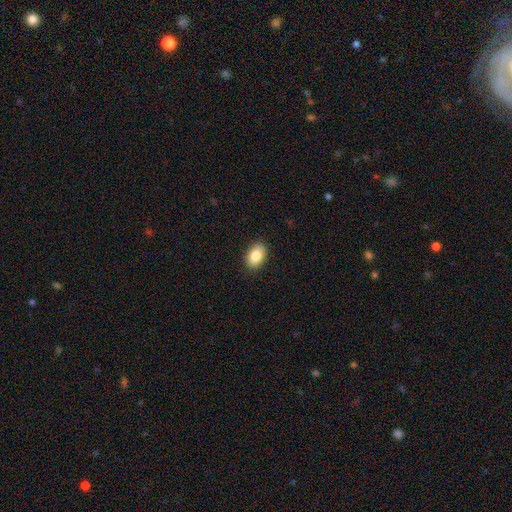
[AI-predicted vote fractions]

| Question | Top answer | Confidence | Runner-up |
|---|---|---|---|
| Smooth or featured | smooth | 86% | star or artifact (7%) |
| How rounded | in between | 85% | round (14%) |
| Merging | none | 89% | minor disturbance (8%) |